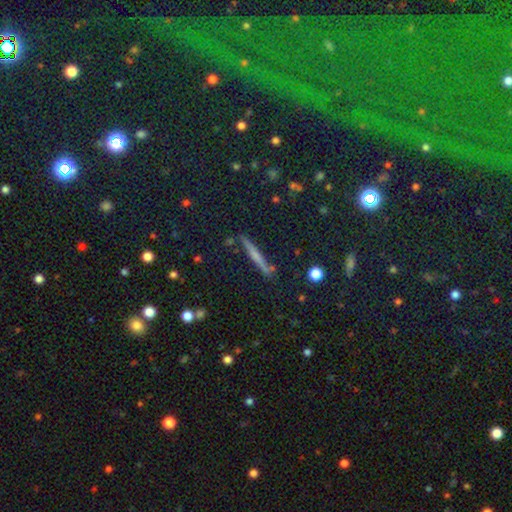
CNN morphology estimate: Q: Smooth or featured?
A: smooth (44%); runner-up: featured or disk (43%)
Q: Merging?
A: none (85%); runner-up: minor disturbance (10%)